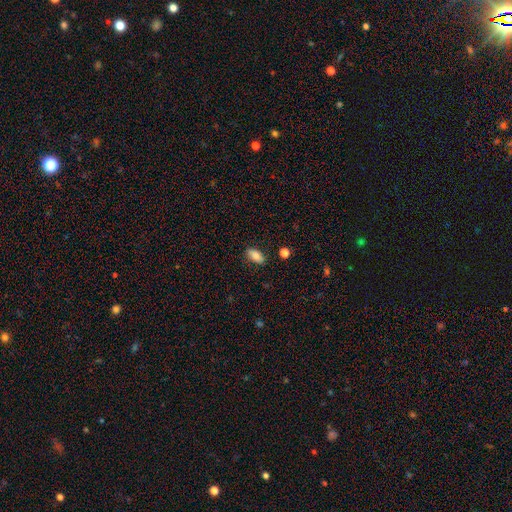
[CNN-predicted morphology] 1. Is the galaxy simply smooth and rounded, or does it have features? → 80% smooth, 12% featured or disk, 8% star or artifact.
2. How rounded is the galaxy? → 89% in between, 7% cigar-shaped, 4% round.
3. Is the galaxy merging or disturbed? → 85% none, 11% minor disturbance, 2% major disturbance, 2% merger.